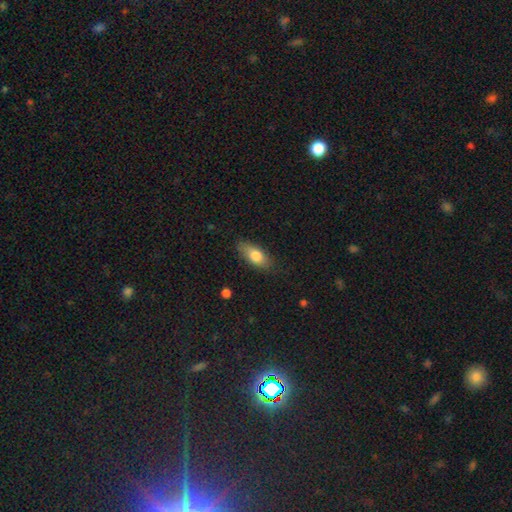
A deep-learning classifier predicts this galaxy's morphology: The model was most divided on "smooth or featured": smooth: 77%, featured or disk: 16%, star or artifact: 7%. More confident: how rounded — in between (81%); merging — none (79%).